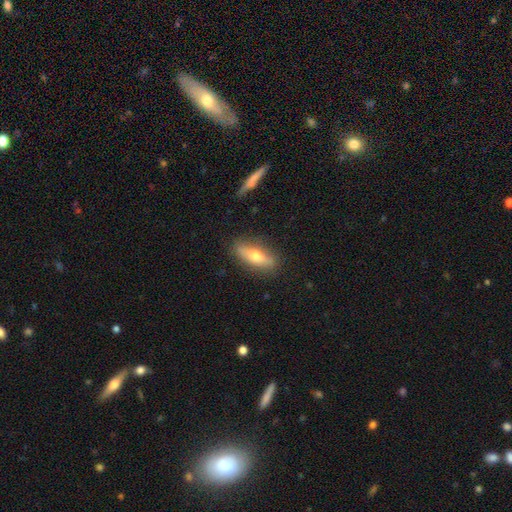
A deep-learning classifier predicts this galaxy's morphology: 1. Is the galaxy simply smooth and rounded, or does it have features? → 53% smooth, 41% featured or disk, 7% star or artifact.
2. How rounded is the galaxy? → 49% cigar-shaped, 48% in between, 3% round.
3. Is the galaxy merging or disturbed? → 85% none, 11% minor disturbance, 3% major disturbance, 2% merger.